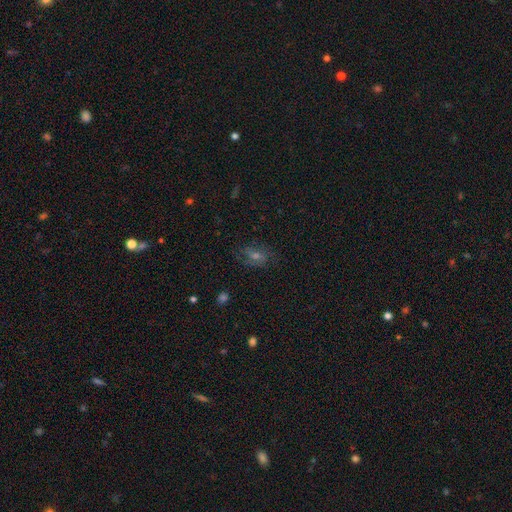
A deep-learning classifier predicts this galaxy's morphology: featured or disk 45%, smooth 30%, star or artifact 25%. Down the decision tree: merging — none (75%).